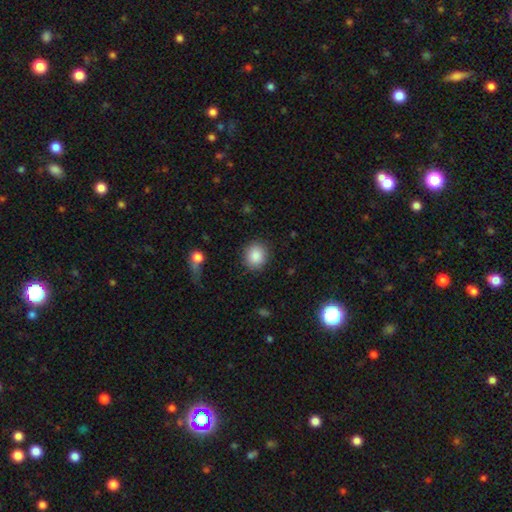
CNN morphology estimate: A smooth galaxy with no disk features (87%) that is round (76%). Merging: none (86%).